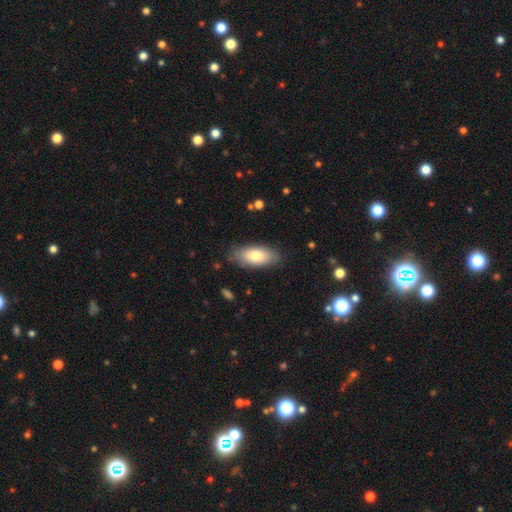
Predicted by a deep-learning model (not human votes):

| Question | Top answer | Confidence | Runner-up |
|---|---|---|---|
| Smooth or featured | smooth | 76% | featured or disk (18%) |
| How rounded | in between | 87% | cigar-shaped (11%) |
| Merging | none | 82% | minor disturbance (13%) |